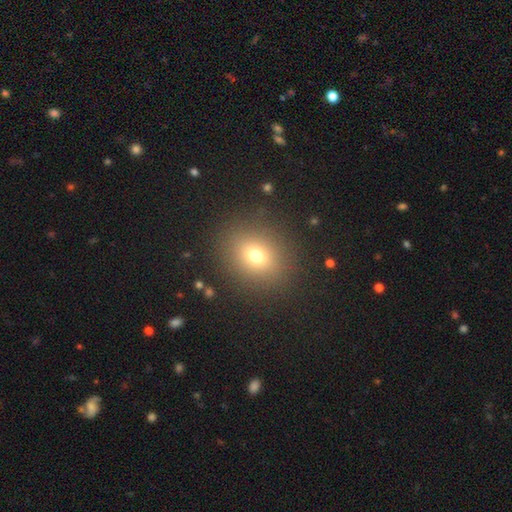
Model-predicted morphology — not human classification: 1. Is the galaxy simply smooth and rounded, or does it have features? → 72% smooth, 17% star or artifact, 11% featured or disk.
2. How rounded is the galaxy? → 64% round, 35% in between, 1% cigar-shaped.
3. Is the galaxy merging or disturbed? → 87% none, 7% minor disturbance, 4% major disturbance, 1% merger.